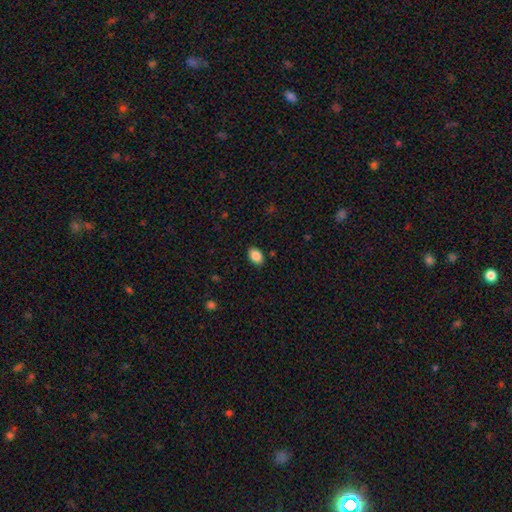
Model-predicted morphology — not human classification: smooth 88%, star or artifact 8%, featured or disk 4%. Down the decision tree: how rounded — in between (86%); merging — none (88%).